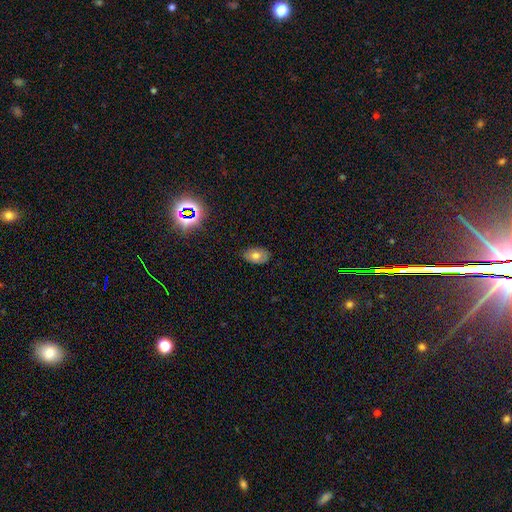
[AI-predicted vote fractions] This is likely a smooth galaxy (68%). How rounded: clearly in between (88%). Merging: clearly none (81%).